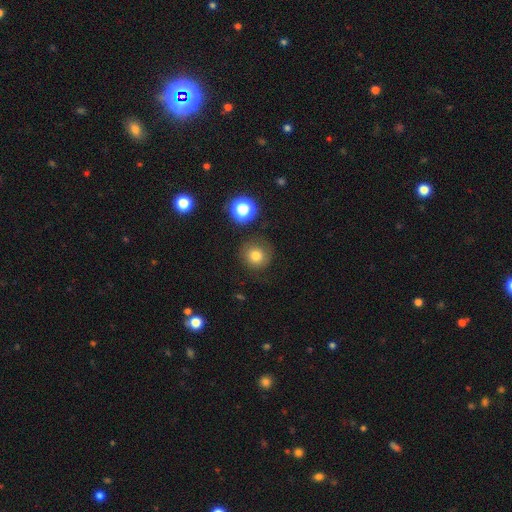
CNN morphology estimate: This is likely a smooth galaxy (76%). How rounded: clearly round (93%). Merging: clearly none (83%).